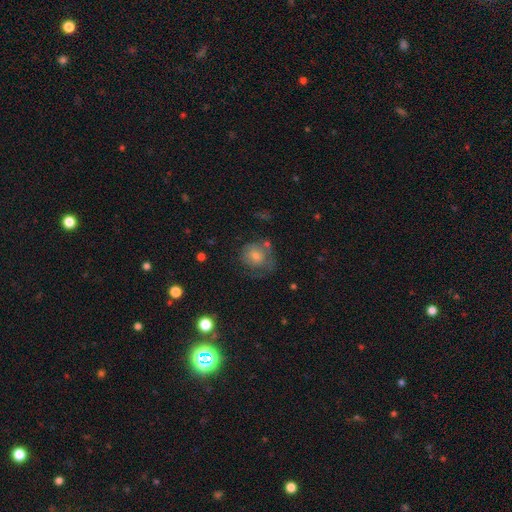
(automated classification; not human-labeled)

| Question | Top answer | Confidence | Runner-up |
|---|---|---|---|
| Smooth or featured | smooth | 46% | featured or disk (38%) |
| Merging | none | 55% | minor disturbance (22%) |